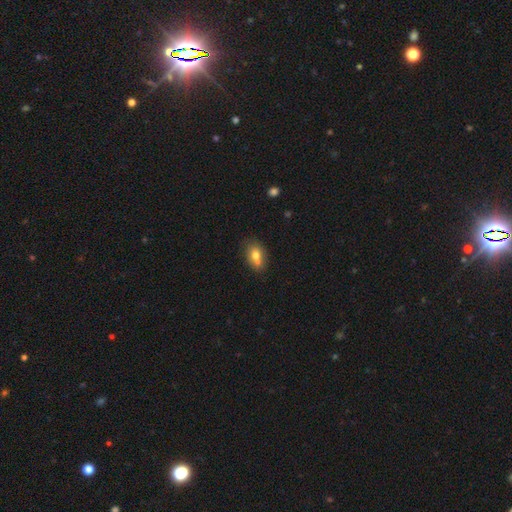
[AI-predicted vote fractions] Smooth or featured: smooth — 71% (featured or disk — 19%)
How rounded: in between — 70% (round — 28%)
Merging: none — 47% (merger — 34%)